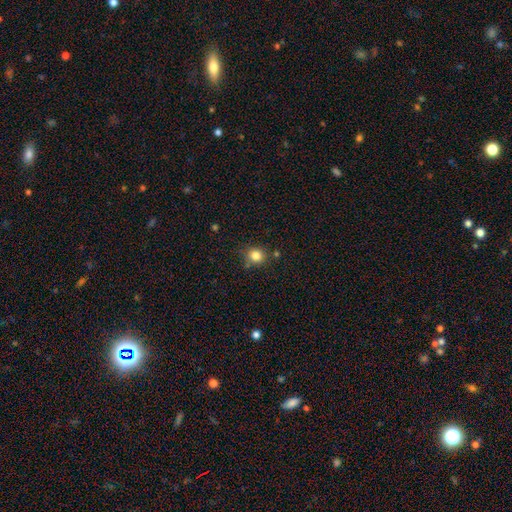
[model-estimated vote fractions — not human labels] This appears to be a smooth galaxy with no disk features (83%) that is round (84%). Merging: none (78%).